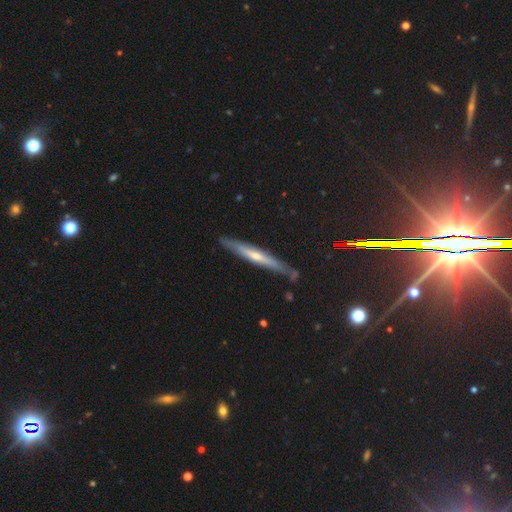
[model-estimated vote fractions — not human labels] featured or disk 61%, smooth 31%, star or artifact 8%. Down the decision tree: edge-on disk — yes (89%); edge-on bulge — rounded (60%); merging — none (83%).